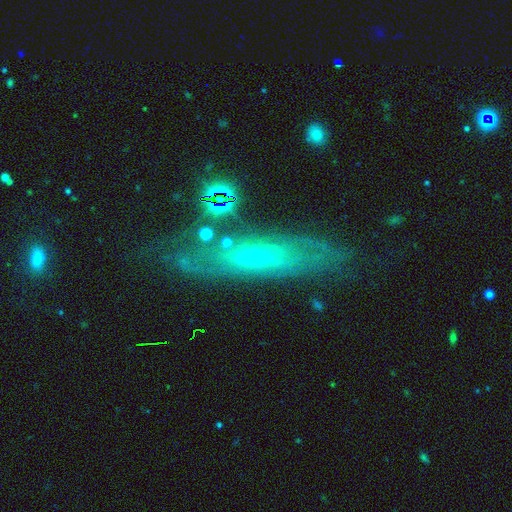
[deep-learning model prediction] Morphology: type=featured or disk (66%); edge-on=no (62%); merging=none (67%).